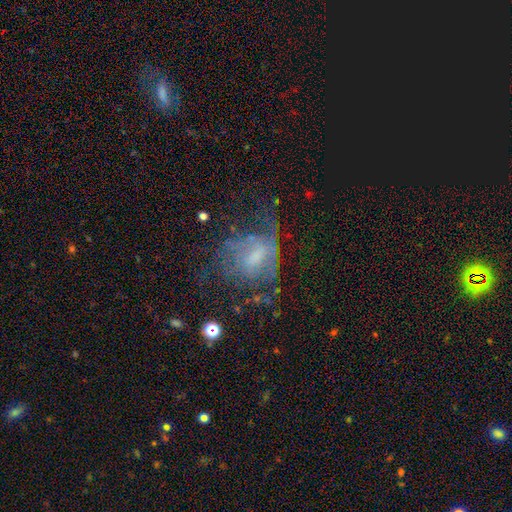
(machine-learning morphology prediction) A featured or disk galaxy (60%) with no bar (55%), spiral arms (51%) and a small central bulge (32%, tied with moderate). Merging: major disturbance (41%).